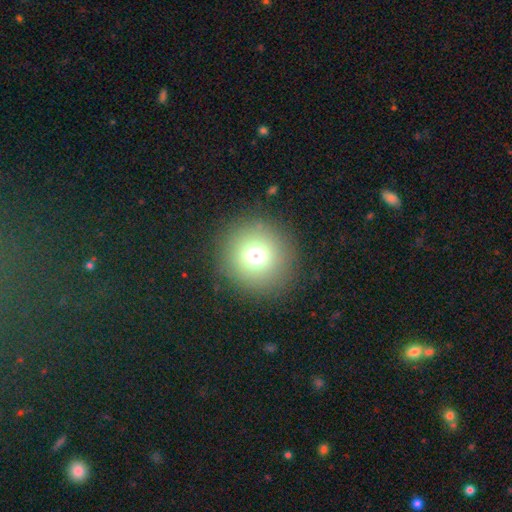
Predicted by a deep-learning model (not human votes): A smooth galaxy with no disk features (72%) that is round (96%). Merging: none (89%).